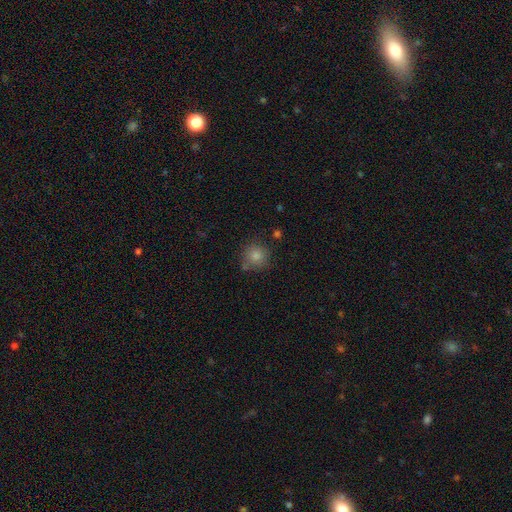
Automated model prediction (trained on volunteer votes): Smooth or featured? smooth (82%)
How rounded? round (92%)
Merging? none (74%)